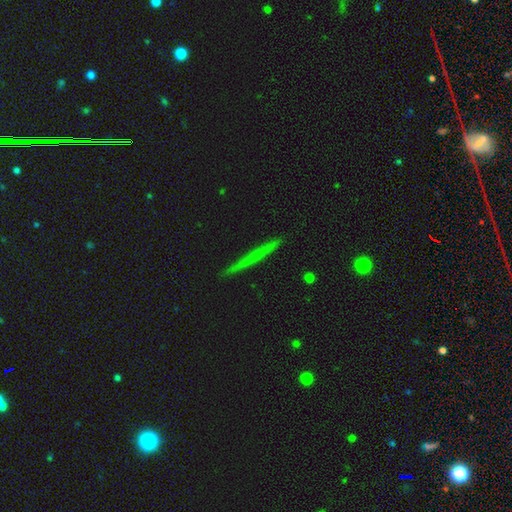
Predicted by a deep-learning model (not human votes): This appears to be a featured or disk galaxy (48%). Merging: none (90%).